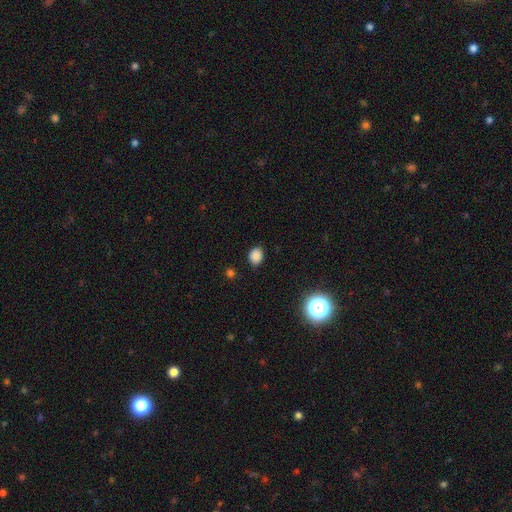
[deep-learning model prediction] A smooth galaxy with no disk features (84%) that is in between round and cigar-shaped (56%). Merging: none (84%).